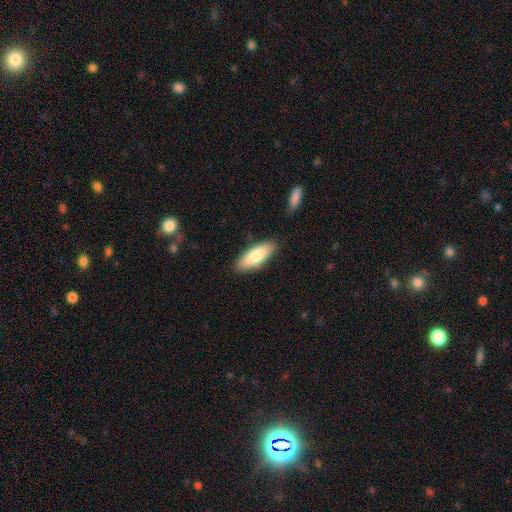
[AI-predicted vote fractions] The model was most divided on "how rounded": in between: 68%, cigar-shaped: 30%, round: 2%. More confident: merging — none (85%); smooth or featured — smooth (79%).